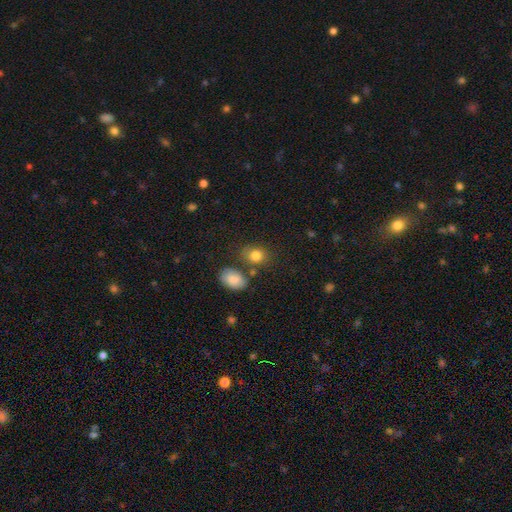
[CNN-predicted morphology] A smooth galaxy with no disk features (83%) that is in between round and cigar-shaped (57%).

Vote fractions:
- Smooth or featured? smooth: 83% / star or artifact: 10% / featured or disk: 8%
- How rounded? in between: 57% / round: 42% / cigar-shaped: 1%
- Merging? none: 66% / minor disturbance: 16% / merger: 13% / major disturbance: 5%